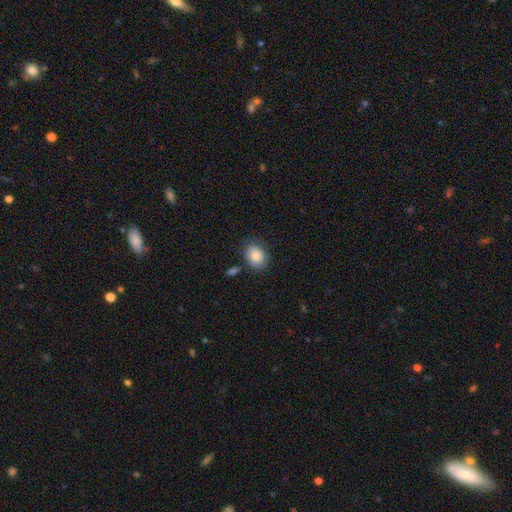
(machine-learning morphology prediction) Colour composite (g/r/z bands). It shows a smooth galaxy with no disk features (83%) that is in between round and cigar-shaped (57%). Merging: none (78%).